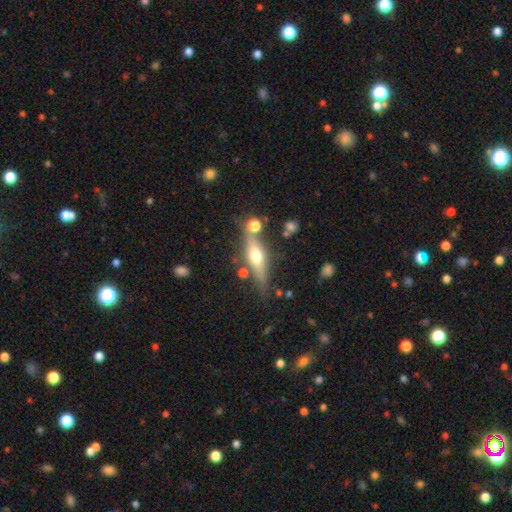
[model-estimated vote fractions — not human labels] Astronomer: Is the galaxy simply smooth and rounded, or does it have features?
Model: featured or disk — 59%.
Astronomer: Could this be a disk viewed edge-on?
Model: yes — 90%.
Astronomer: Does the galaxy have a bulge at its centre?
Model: rounded — 91%.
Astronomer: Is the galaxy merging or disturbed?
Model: none — 72%.